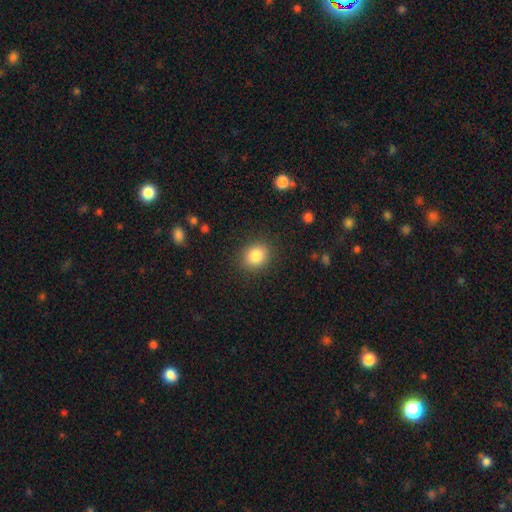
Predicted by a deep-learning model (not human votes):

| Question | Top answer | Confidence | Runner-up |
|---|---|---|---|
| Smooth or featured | smooth | 84% | star or artifact (9%) |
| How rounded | round | 63% | in between (36%) |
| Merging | none | 87% | minor disturbance (9%) |